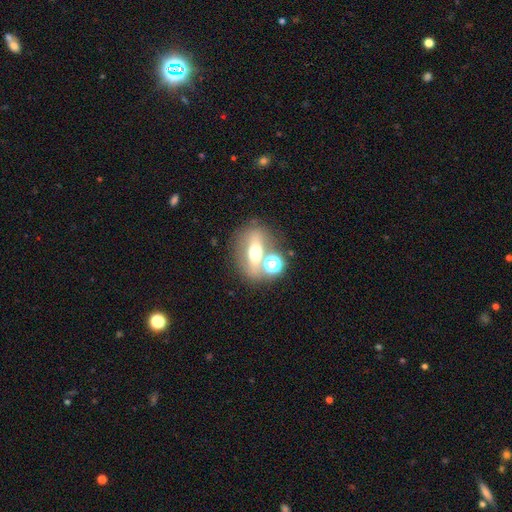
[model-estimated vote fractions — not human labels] Smooth or featured: smooth — 43% (featured or disk — 39%)
Merging: none — 55% (merger — 26%)